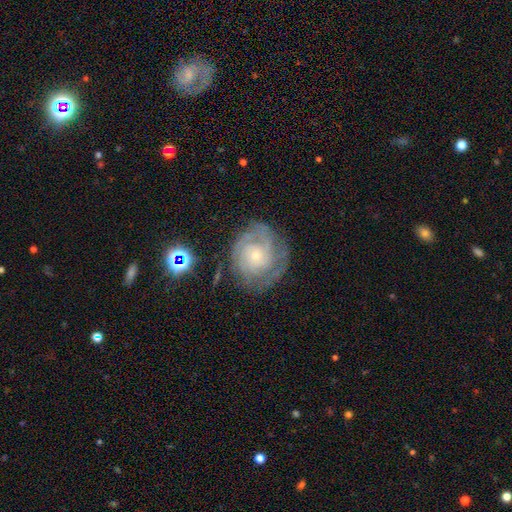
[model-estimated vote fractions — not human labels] Smooth or featured? Predicted: featured or disk (p=0.81). Edge-on disk? Predicted: no (p=0.98). Bar? Predicted: no (p=0.80). Spiral arms? Predicted: yes (p=0.93). Spiral winding? Predicted: tight (p=0.73). Spiral arm count? Predicted: can't tell (p=0.34). Bulge size? Predicted: small (p=0.75). Merging? Predicted: none (p=0.72).